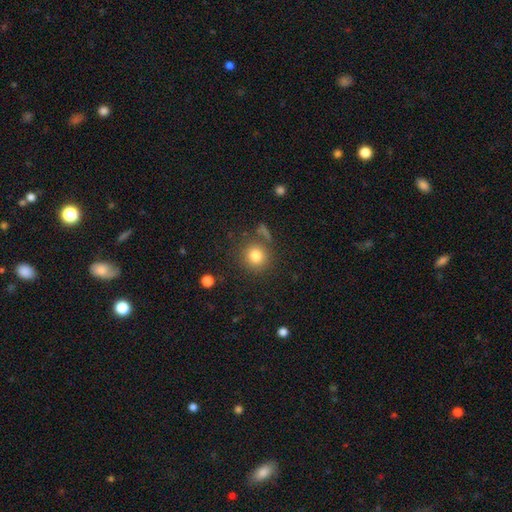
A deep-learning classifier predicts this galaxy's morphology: type=smooth (81%); roundness=round (91%); merging=none (79%).